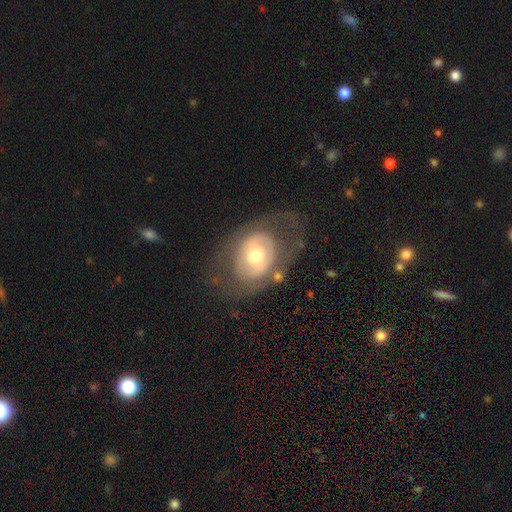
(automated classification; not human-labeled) smooth-or-featured: featured or disk: 61% | smooth: 32% | star or artifact: 6%
  disk-edge-on: no: 93% | yes: 7%
    bar: no: 68% | weak: 23% | strong: 10%
    has-spiral-arms: no: 72% | yes: 28%
    bulge-size: moderate: 68% | small: 19% | large: 11% | dominant: 1% | none: 1%
  merging: none: 64% | minor disturbance: 17% | major disturbance: 16% | merger: 3%